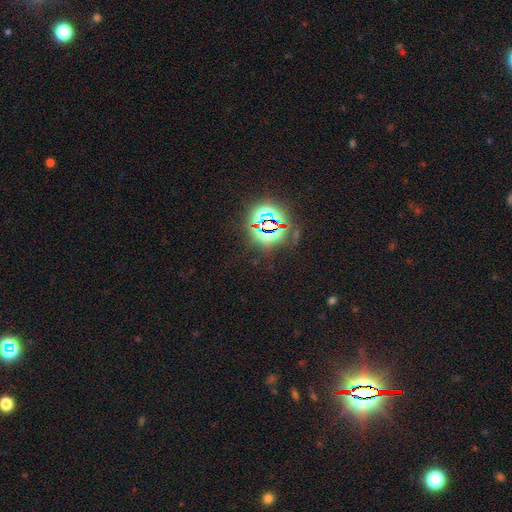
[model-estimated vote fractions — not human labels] The model was most divided on "smooth or featured": star or artifact: 84%, smooth: 10%, featured or disk: 7%.